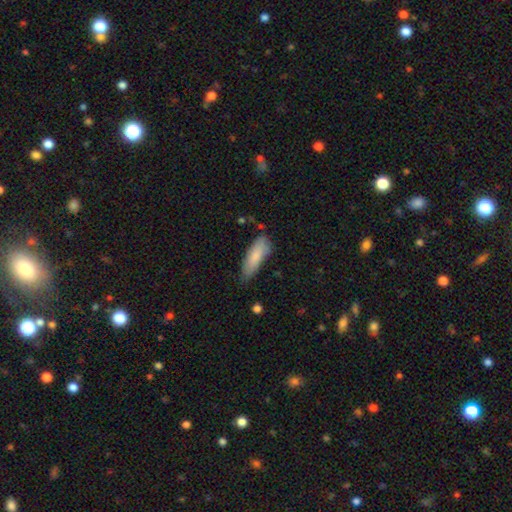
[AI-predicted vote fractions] smooth_or_featured: smooth (p=0.82) [alt: featured or disk p=0.12]
how_rounded: in between (p=0.57) [alt: cigar-shaped p=0.41]
merging: none (p=0.67) [alt: minor disturbance p=0.26]